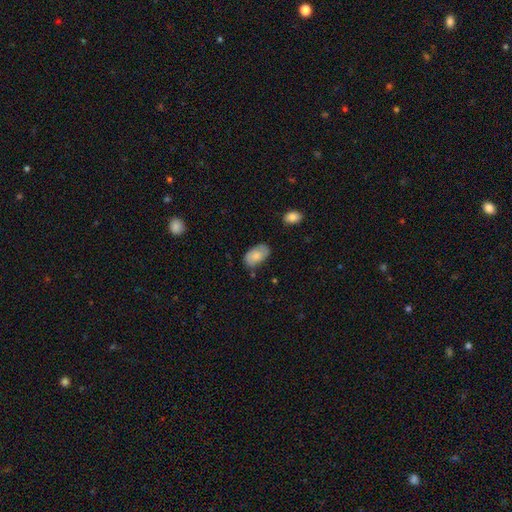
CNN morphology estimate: smooth_or_featured: smooth (p=0.76) [alt: featured or disk p=0.17]
how_rounded: in between (p=0.93) [alt: round p=0.05]
merging: none (p=0.68) [alt: minor disturbance p=0.24]